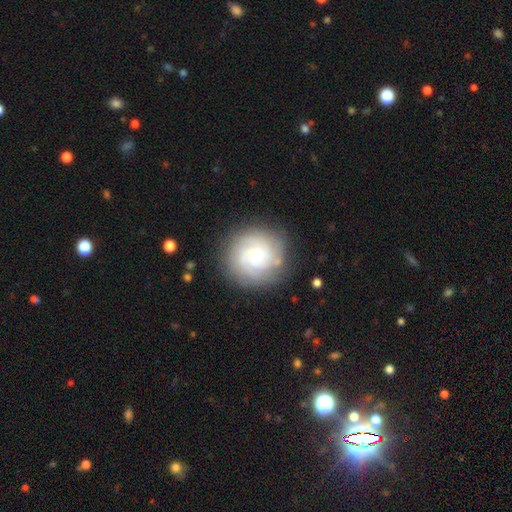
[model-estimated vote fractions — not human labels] This is likely a featured or disk galaxy (72%). It is clearly not viewed edge-on (98%). Bar: likely no (76%). Spiral arm pattern: clearly yes (94%). Spiral arm count: marginally 3 (30%). Spiral winding: likely tight (67%). Central bulge: likely small (62%). Merging: clearly none (82%).